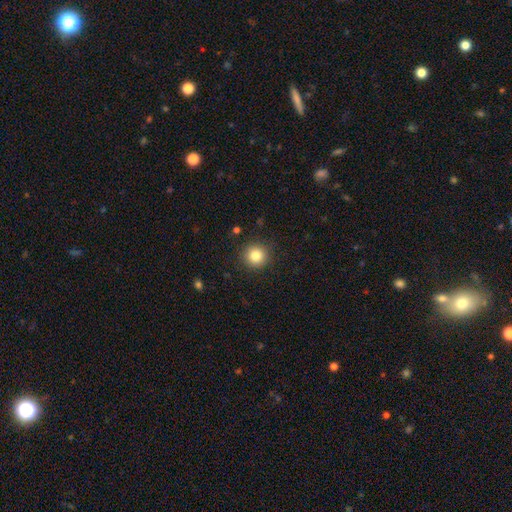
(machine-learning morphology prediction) smooth-or-featured: smooth: 82% | star or artifact: 11% | featured or disk: 7%
  how-rounded: round: 94% | in between: 5% | cigar-shaped: 1%
  merging: none: 90% | minor disturbance: 7% | major disturbance: 2% | merger: 1%